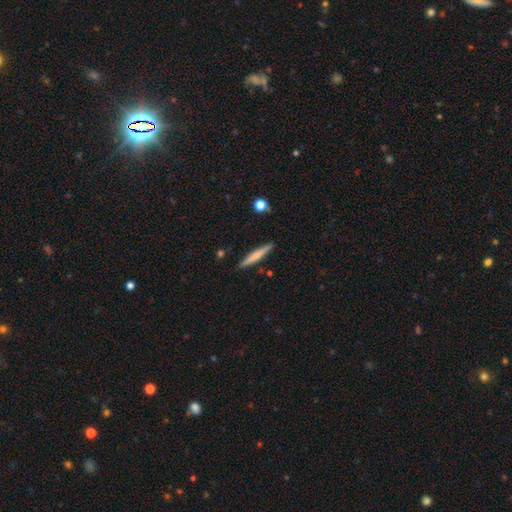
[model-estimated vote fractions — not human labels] Morphology: type=smooth (60%); roundness=cigar-shaped (94%); merging=none (89%).